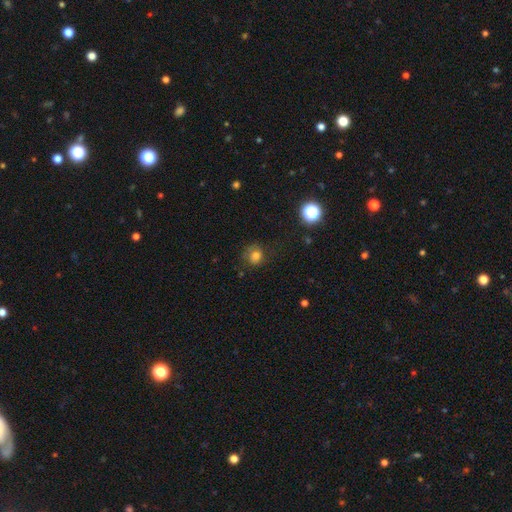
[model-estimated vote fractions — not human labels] Overall: smooth (74%). How rounded: round (76%). Merging: none (65%).